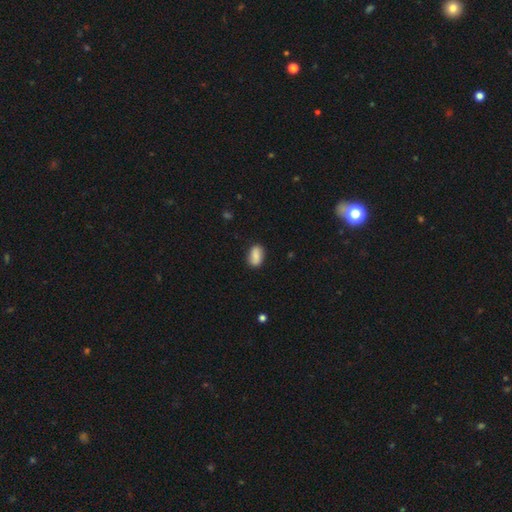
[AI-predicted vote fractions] This appears to be a smooth galaxy with no disk features (84%) that is in between round and cigar-shaped (90%). Merging: none (84%).